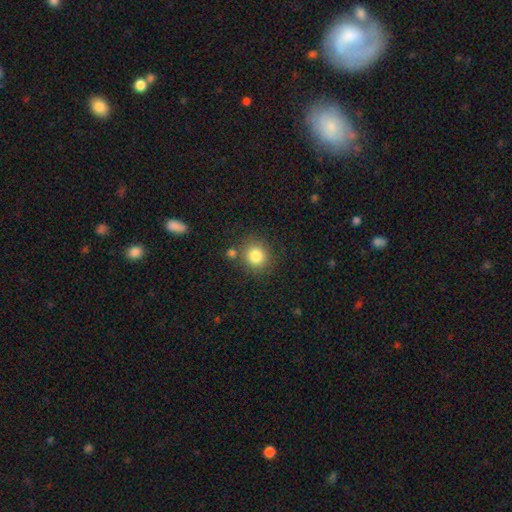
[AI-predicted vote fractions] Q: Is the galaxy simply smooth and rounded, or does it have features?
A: smooth — 82%.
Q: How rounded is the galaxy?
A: round — 86%.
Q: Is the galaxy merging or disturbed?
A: none — 78%.